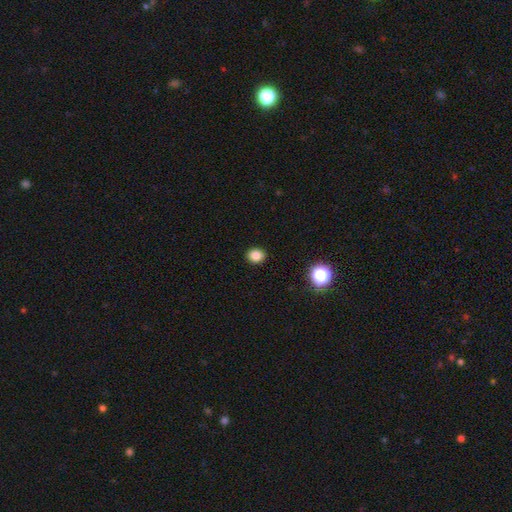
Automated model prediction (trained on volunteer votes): smooth 84%, star or artifact 12%, featured or disk 4%. Down the decision tree: how rounded — round (60%); merging — none (91%).